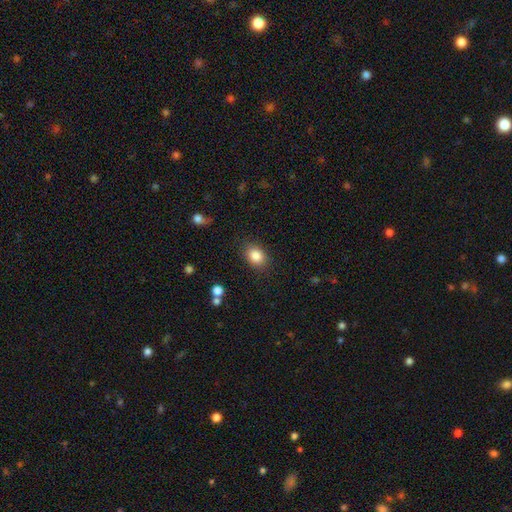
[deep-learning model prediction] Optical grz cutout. It shows a smooth galaxy with no disk features (86%) that is in between round and cigar-shaped (64%). Merging: none (83%).